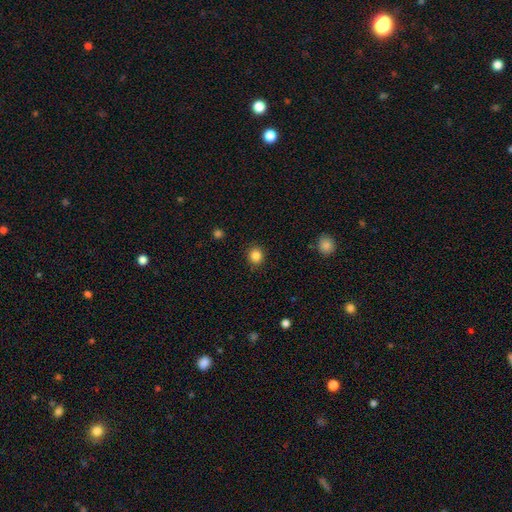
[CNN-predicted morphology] Smooth or featured? Predicted: smooth (p=0.86). How rounded? Predicted: round (p=0.83). Merging? Predicted: none (p=0.90).